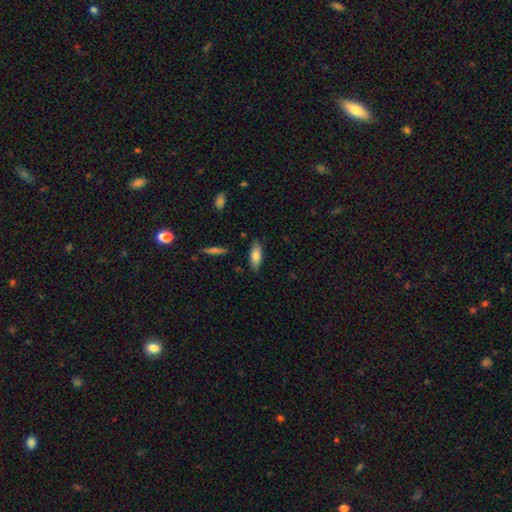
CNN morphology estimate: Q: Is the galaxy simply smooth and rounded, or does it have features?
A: smooth — 78%.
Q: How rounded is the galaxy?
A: in between — 75%.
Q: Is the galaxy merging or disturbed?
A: none — 81%.